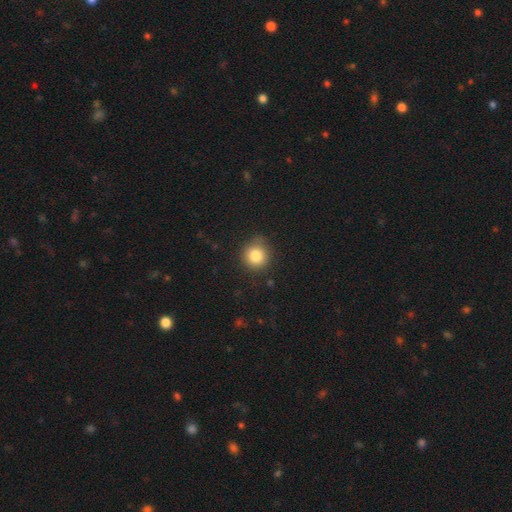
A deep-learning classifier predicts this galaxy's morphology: Smooth or featured? smooth (82%)
How rounded? round (90%)
Merging? none (82%)